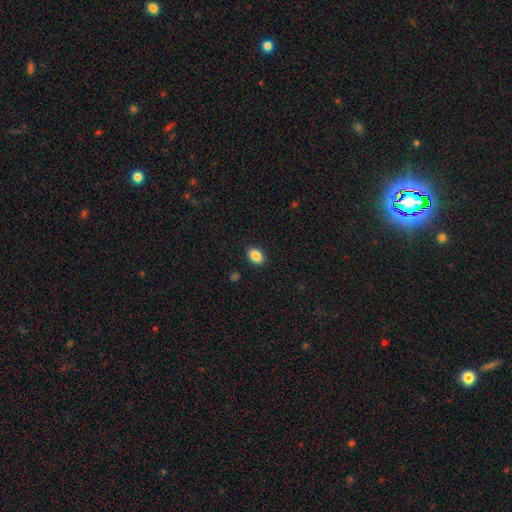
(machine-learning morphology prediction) The model was most divided on "how rounded": in between: 86%, round: 13%, cigar-shaped: 1%. More confident: merging — none (89%); smooth or featured — smooth (87%).